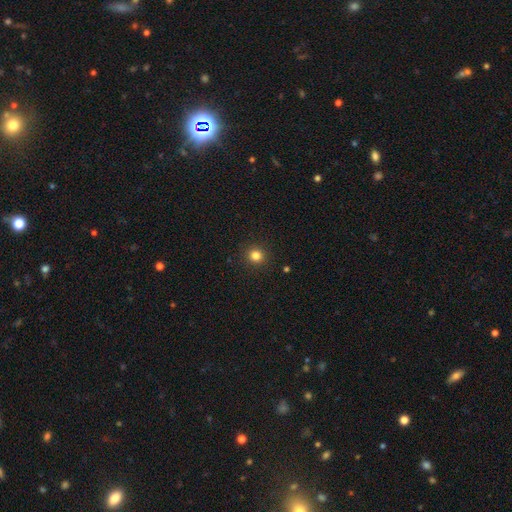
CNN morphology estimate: A smooth galaxy with no disk features (82%) that is round (92%). Merging: none (92%).